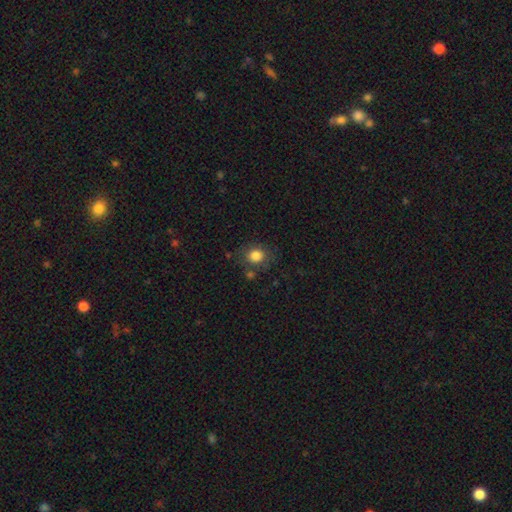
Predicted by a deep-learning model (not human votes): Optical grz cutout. It shows a smooth galaxy with no disk features (83%) that is round (76%). Merging: none (75%).